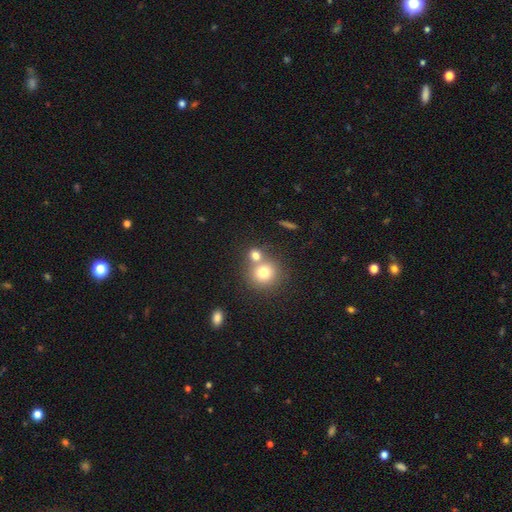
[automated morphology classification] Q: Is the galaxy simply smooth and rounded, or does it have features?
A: smooth — 75%.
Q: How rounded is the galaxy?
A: round — 81%.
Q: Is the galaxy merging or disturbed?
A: none — 47%.